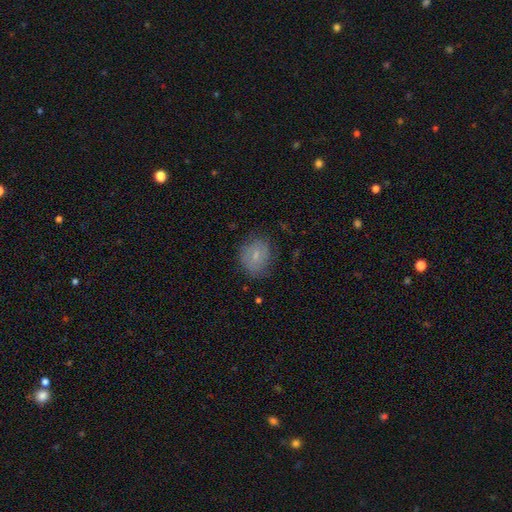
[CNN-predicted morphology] type=smooth (67%); roundness=round (58%); merging=none (73%).